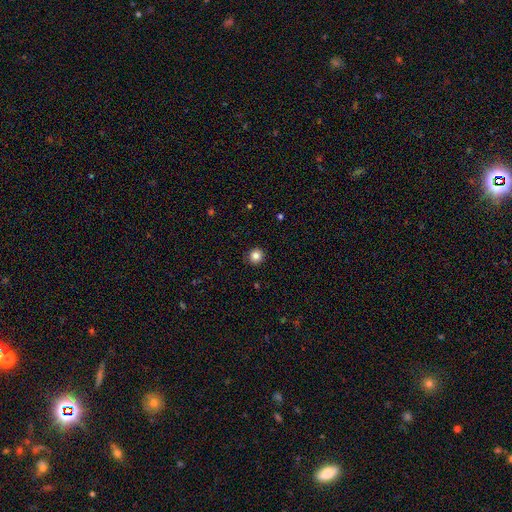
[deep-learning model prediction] smooth-or-featured: smooth: 84% | star or artifact: 11% | featured or disk: 5%
  how-rounded: round: 93% | in between: 6% | cigar-shaped: 1%
  merging: none: 92% | minor disturbance: 6% | major disturbance: 2% | merger: 1%